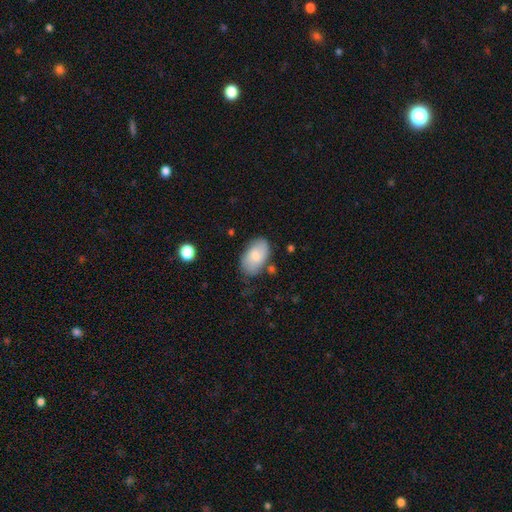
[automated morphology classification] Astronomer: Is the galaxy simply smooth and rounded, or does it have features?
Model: smooth — 76%.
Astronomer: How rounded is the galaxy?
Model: in between — 93%.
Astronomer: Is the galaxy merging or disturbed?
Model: none — 70%.